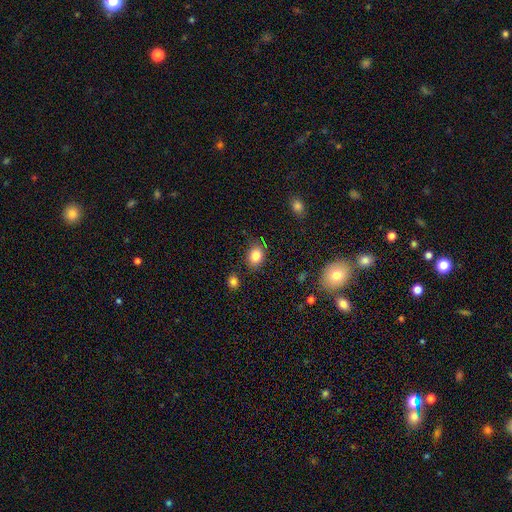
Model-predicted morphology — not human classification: smooth-or-featured: smooth: 84% | star or artifact: 10% | featured or disk: 6%
  how-rounded: in between: 54% | round: 45% | cigar-shaped: 1%
  merging: none: 80% | minor disturbance: 13% | major disturbance: 3% | merger: 3%